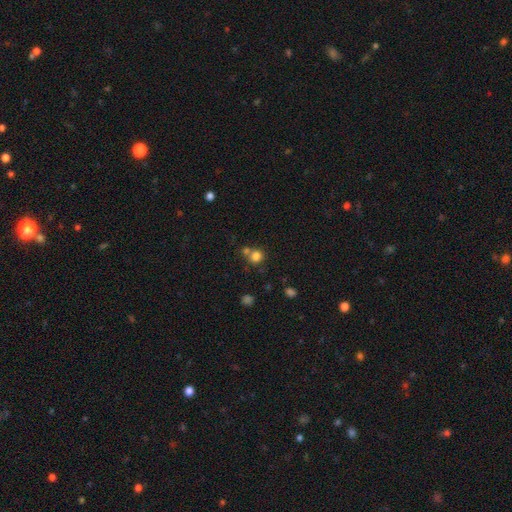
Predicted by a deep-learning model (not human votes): A smooth galaxy with no disk features (79%) that is round (87%). Merging: none (55%).